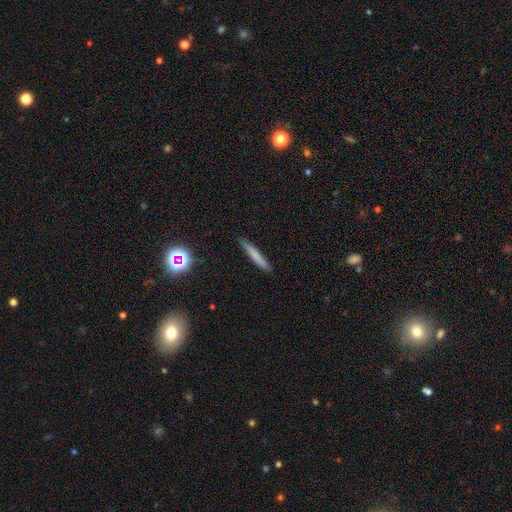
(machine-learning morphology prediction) smooth-or-featured: smooth: 70% | featured or disk: 21% | star or artifact: 9%
  how-rounded: cigar-shaped: 94% | in between: 5% | round: 2%
  merging: none: 87% | minor disturbance: 9% | major disturbance: 2% | merger: 1%